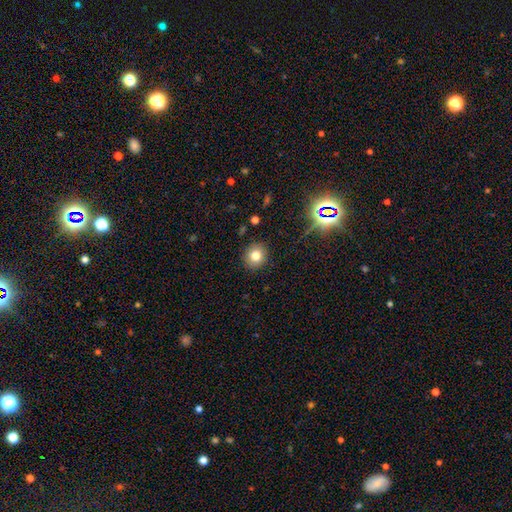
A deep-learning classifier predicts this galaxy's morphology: This is likely a smooth galaxy (77%). How rounded: clearly round (84%). Merging: clearly none (90%).